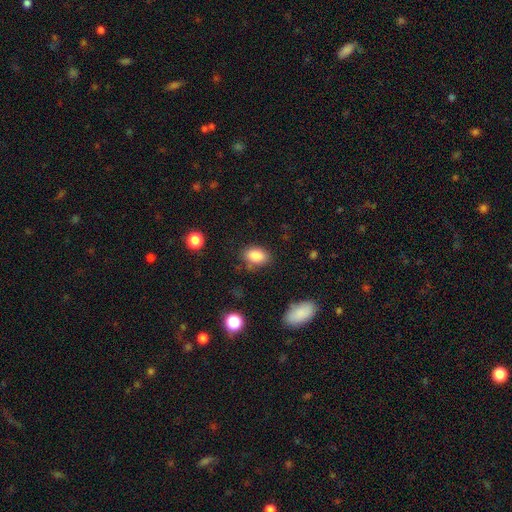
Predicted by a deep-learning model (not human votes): Smooth or featured? Predicted: smooth (p=0.86). How rounded? Predicted: in between (p=0.84). Merging? Predicted: none (p=0.76).